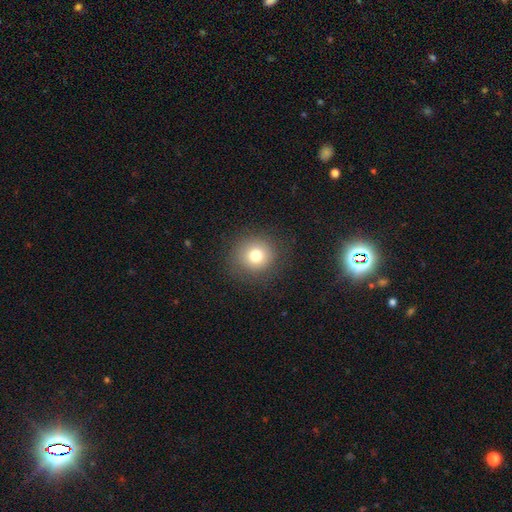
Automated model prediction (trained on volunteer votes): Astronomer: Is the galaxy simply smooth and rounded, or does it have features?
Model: smooth — 77%.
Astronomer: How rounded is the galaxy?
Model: round — 91%.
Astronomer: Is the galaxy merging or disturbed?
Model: none — 86%.